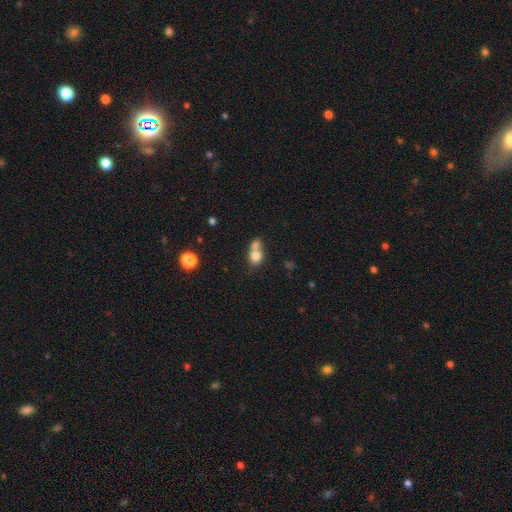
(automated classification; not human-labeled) Morphology: type=smooth (75%); roundness=round (63%); merging=merger (63%).